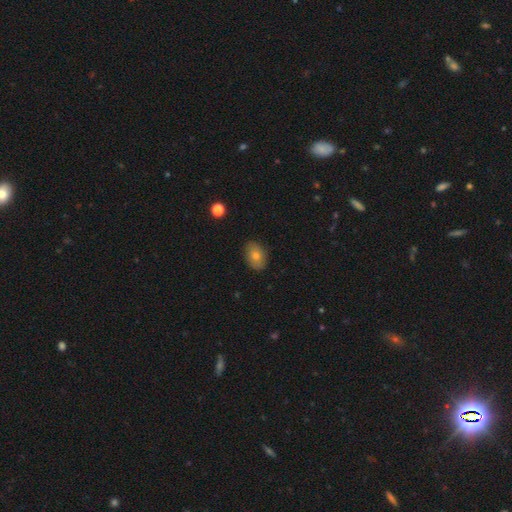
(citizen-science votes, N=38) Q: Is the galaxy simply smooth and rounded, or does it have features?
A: smooth — 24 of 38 (63%).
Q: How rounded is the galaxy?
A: in between — 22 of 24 (92%).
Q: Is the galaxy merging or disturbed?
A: none — 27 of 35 (77%).